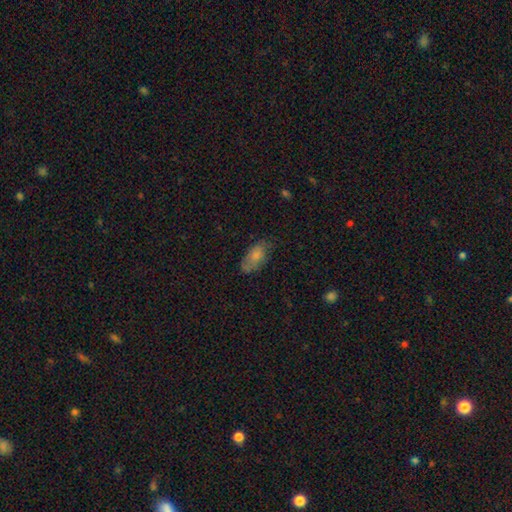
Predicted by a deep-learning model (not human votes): Smooth or featured? Predicted: smooth (p=0.74). How rounded? Predicted: in between (p=0.91). Merging? Predicted: none (p=0.63).